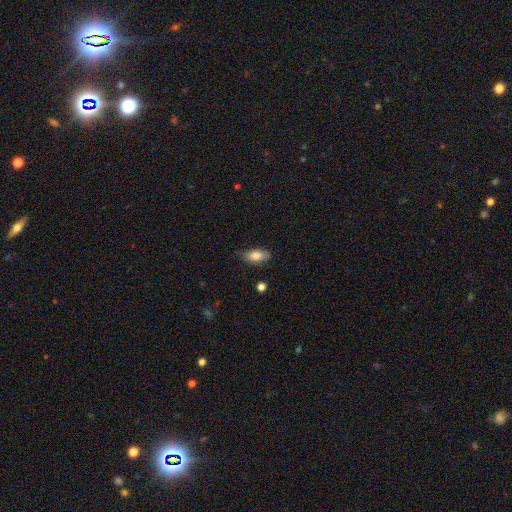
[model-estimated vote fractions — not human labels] smooth-or-featured: smooth: 81% | featured or disk: 12% | star or artifact: 7%
  how-rounded: in between: 88% | cigar-shaped: 8% | round: 4%
  merging: none: 70% | minor disturbance: 24% | major disturbance: 4% | merger: 2%